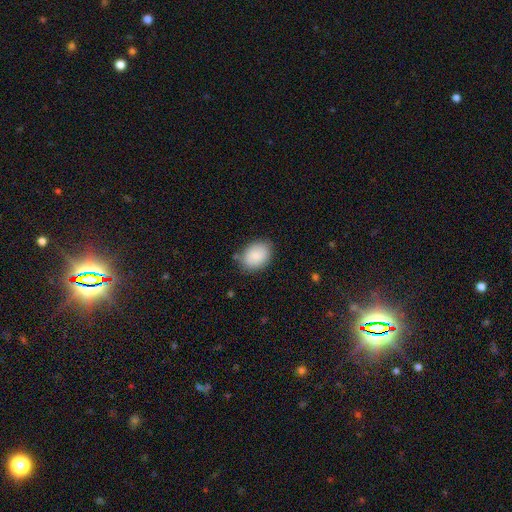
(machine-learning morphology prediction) Overall: smooth (87%). How rounded: in between (72%). Merging: none (78%).